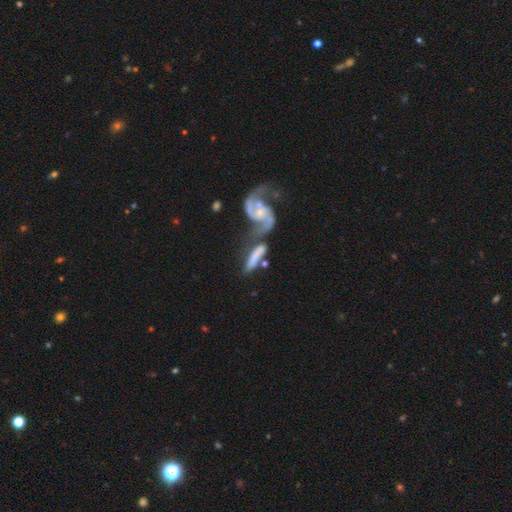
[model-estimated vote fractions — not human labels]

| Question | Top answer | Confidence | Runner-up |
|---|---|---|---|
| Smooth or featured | smooth | 49% | featured or disk (44%) |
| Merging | merger | 46% | none (31%) |